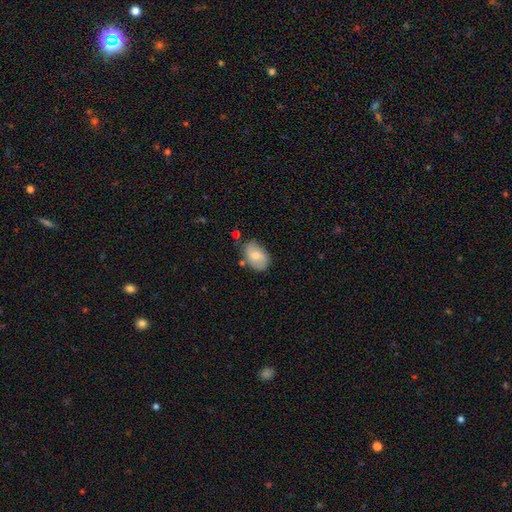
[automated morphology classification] Smooth or featured: smooth — 63% (featured or disk — 30%)
How rounded: in between — 87% (round — 12%)
Merging: none — 61% (minor disturbance — 27%)